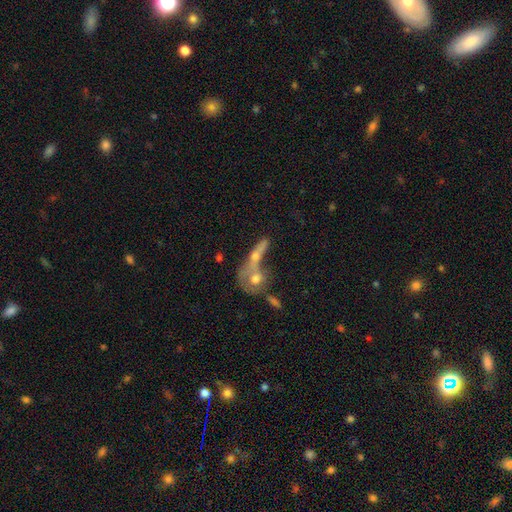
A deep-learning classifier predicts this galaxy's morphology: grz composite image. It shows a featured or disk galaxy (46%). Merging: merger (59%).